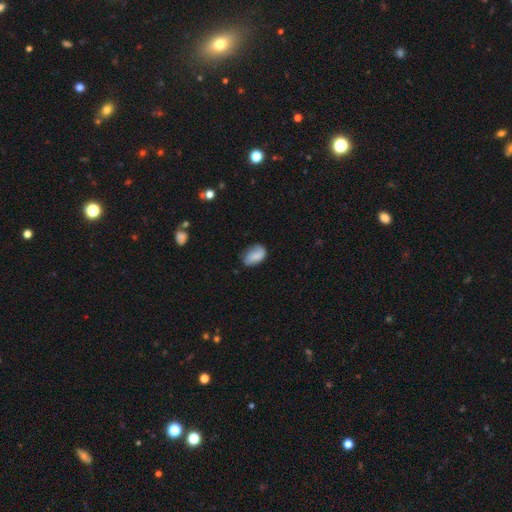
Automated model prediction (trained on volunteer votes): smooth-or-featured: smooth: 75% | featured or disk: 17% | star or artifact: 8%
  how-rounded: in between: 88% | round: 10% | cigar-shaped: 2%
  merging: none: 59% | minor disturbance: 32% | major disturbance: 8% | merger: 2%